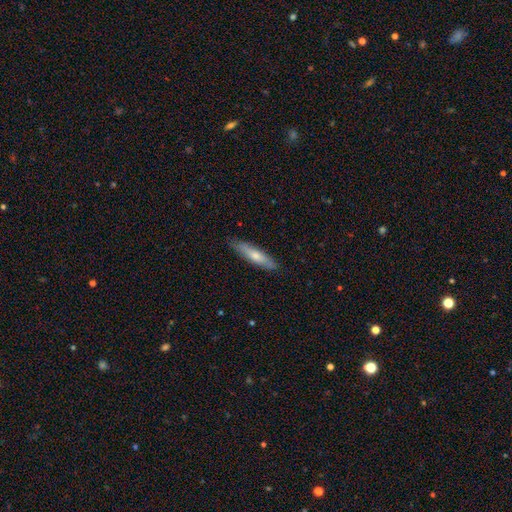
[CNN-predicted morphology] type=smooth (64%); roundness=cigar-shaped (78%); merging=none (83%).